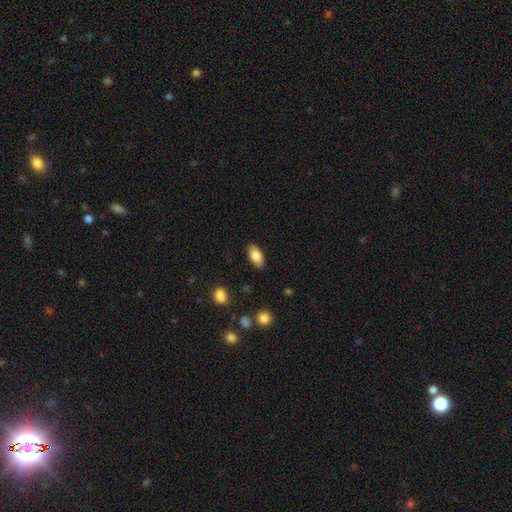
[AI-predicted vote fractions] Overall: smooth (81%). How rounded: in between (90%). Merging: none (88%).